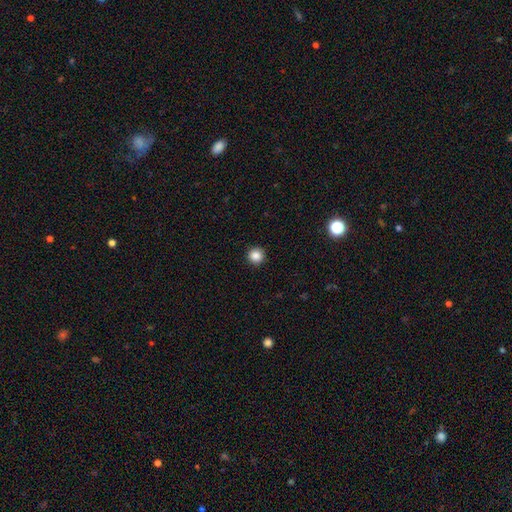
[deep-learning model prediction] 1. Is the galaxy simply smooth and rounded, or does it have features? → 86% smooth, 10% star or artifact, 3% featured or disk.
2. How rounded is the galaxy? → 96% round, 3% in between, 1% cigar-shaped.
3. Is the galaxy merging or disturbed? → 93% none, 5% minor disturbance, 2% major disturbance, 1% merger.